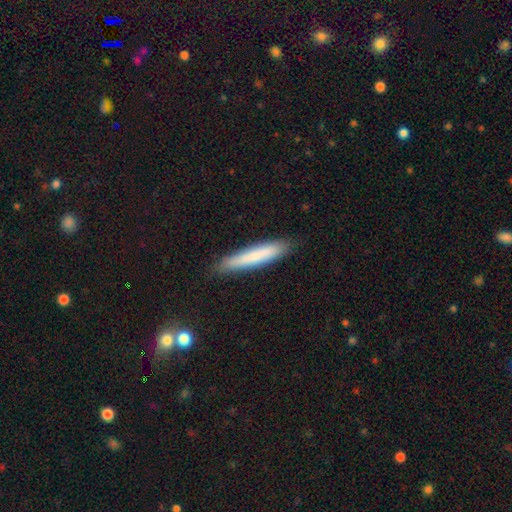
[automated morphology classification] Smooth or featured?
  - smooth: 74% *
  - featured or disk: 19%
  - star or artifact: 7%
How rounded?
  - cigar-shaped: 93% *
  - in between: 6%
  - round: 1%
Merging?
  - none: 87% *
  - minor disturbance: 10%
  - major disturbance: 2%
  - merger: 1%